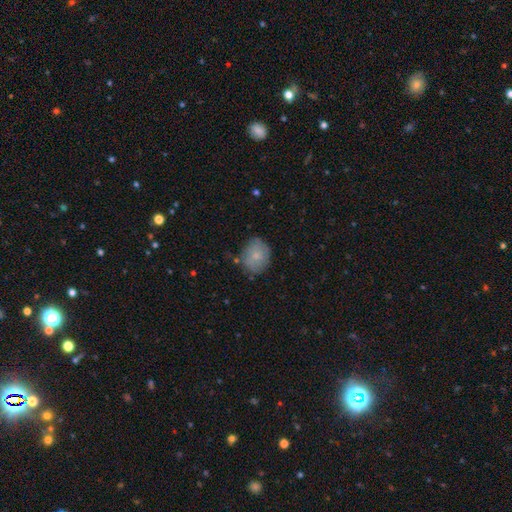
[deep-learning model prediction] Smooth or featured? Predicted: smooth (p=0.75). How rounded? Predicted: round (p=0.52). Merging? Predicted: none (p=0.69).